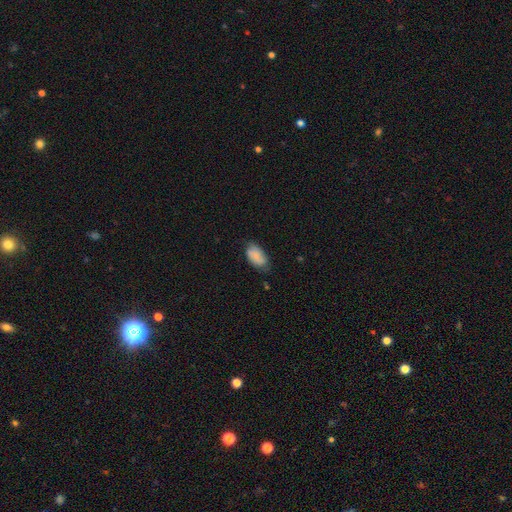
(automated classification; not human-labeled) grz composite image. It shows a smooth galaxy with no disk features (82%) that is in between round and cigar-shaped (94%). Merging: none (66%).